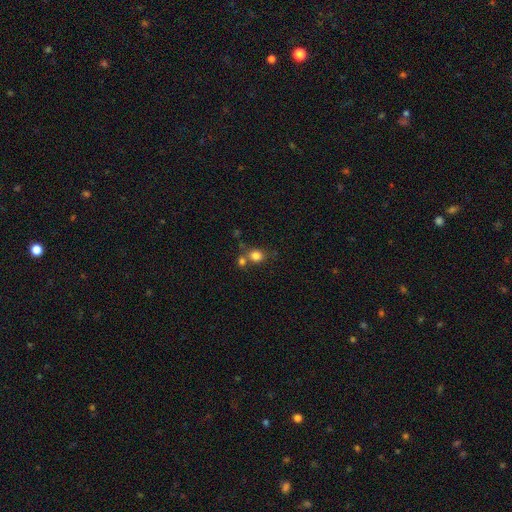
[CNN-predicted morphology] The model was most divided on "merging": none: 56%, merger: 29%, minor disturbance: 11%, major disturbance: 4%. More confident: smooth or featured — smooth (81%); how rounded — round (73%).